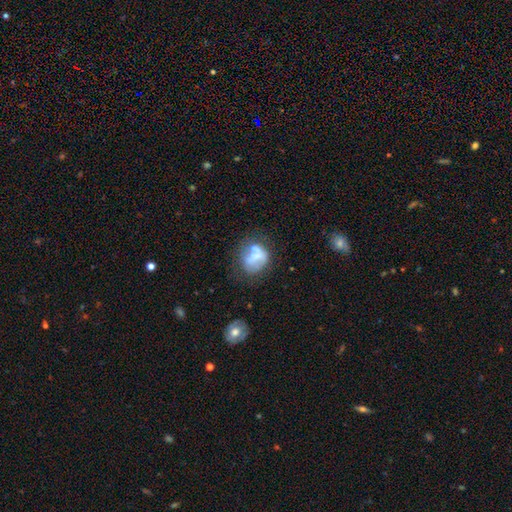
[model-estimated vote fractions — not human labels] smooth 49%, featured or disk 40%, star or artifact 11%. Down the decision tree: merging — none (41%).